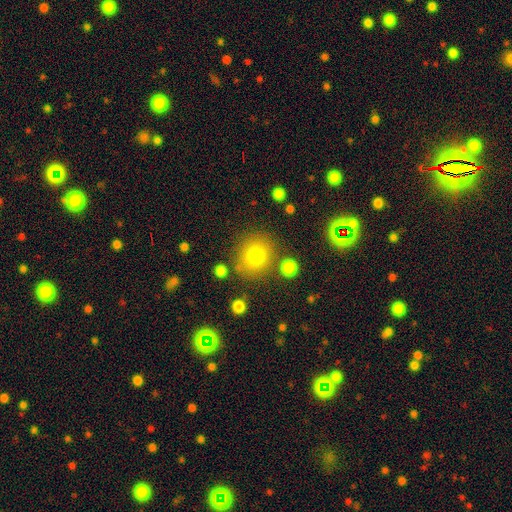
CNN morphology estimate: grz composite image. It shows a smooth galaxy with no disk features (79%) that is round (81%). Merging: none (79%).